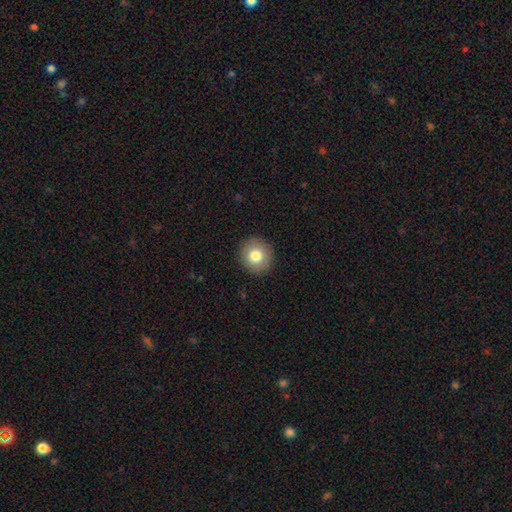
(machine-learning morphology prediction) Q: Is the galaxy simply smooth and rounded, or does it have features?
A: smooth — 79%.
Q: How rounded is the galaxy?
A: round — 92%.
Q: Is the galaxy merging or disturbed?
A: none — 91%.